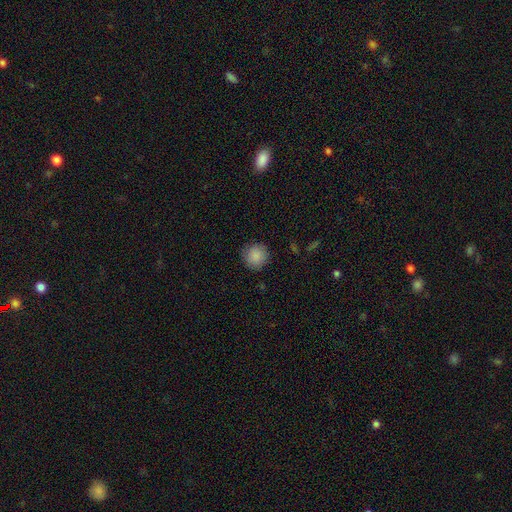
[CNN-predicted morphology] Smooth or featured?
  - smooth: 88% *
  - star or artifact: 8%
  - featured or disk: 4%
How rounded?
  - round: 93% *
  - in between: 6%
  - cigar-shaped: 1%
Merging?
  - none: 87% *
  - minor disturbance: 9%
  - major disturbance: 3%
  - merger: 1%